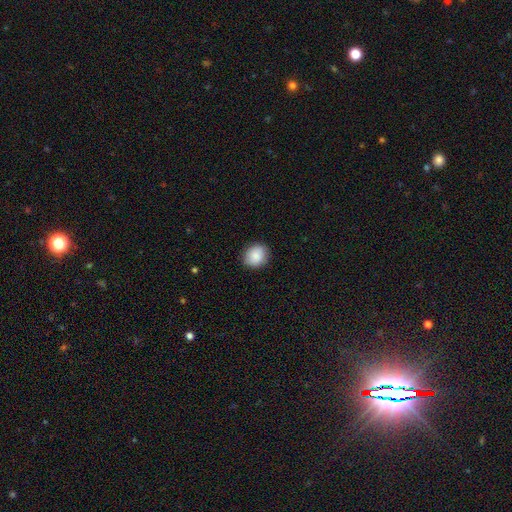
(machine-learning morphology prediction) Smooth or featured: smooth — 87% (star or artifact — 7%)
How rounded: round — 65% (in between — 34%)
Merging: none — 87% (minor disturbance — 10%)